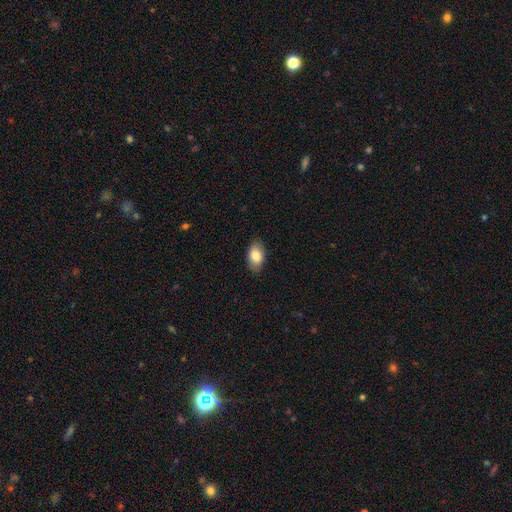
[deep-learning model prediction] Q: Smooth or featured?
A: smooth (83%); runner-up: featured or disk (11%)
Q: How rounded?
A: in between (92%); runner-up: round (6%)
Q: Merging?
A: none (85%); runner-up: minor disturbance (12%)